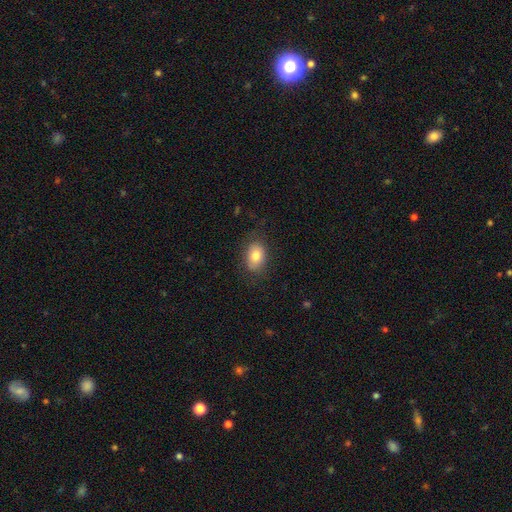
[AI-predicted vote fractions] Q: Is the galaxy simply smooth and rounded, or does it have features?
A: smooth — 80%.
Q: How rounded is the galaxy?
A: in between — 78%.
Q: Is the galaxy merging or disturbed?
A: none — 80%.